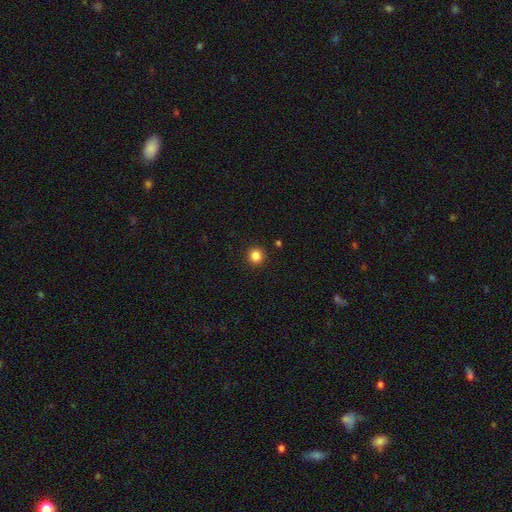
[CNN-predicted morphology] smooth_or_featured: smooth (p=0.85) [alt: star or artifact p=0.11]
how_rounded: round (p=0.92) [alt: in between p=0.07]
merging: none (p=0.92) [alt: minor disturbance p=0.05]